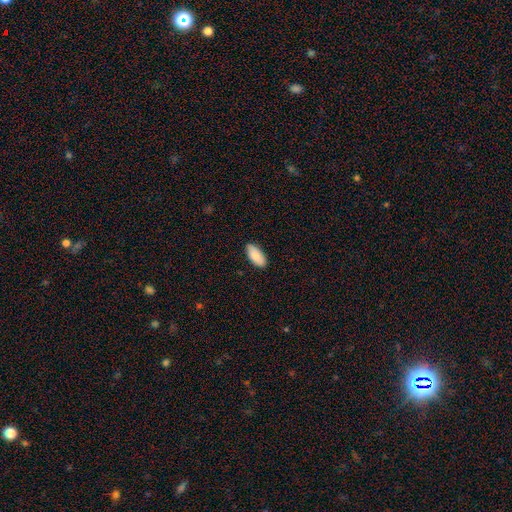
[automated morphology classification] The model was most divided on "merging": none: 89%, minor disturbance: 9%, major disturbance: 2%, merger: 1%. More confident: how rounded — in between (91%); smooth or featured — smooth (87%).